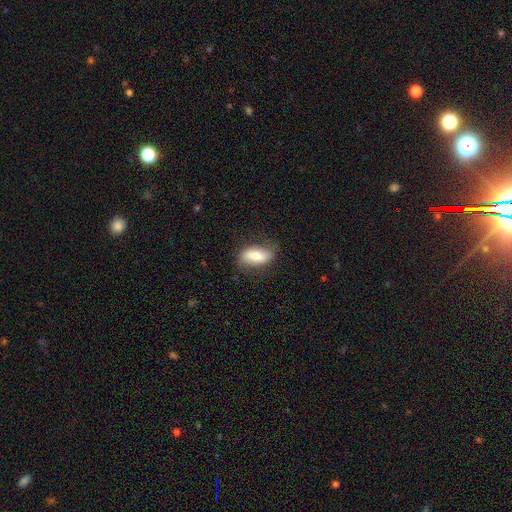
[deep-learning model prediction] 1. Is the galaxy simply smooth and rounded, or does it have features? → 67% smooth, 27% featured or disk, 7% star or artifact.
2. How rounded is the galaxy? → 88% in between, 8% cigar-shaped, 5% round.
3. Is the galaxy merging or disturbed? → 72% none, 20% minor disturbance, 6% major disturbance, 1% merger.